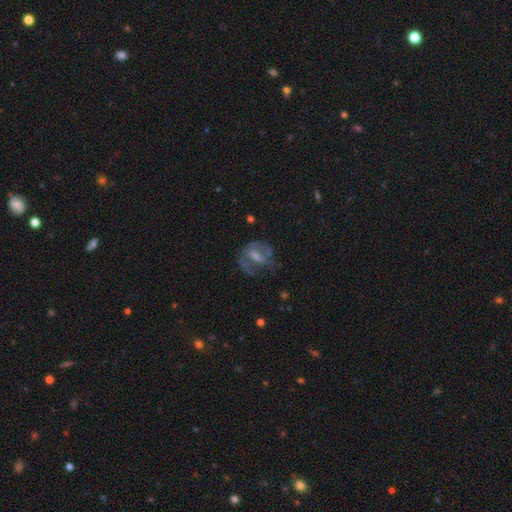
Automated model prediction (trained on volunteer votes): Overall: featured or disk (69%). Edge-on disk: no (96%). Bar: weak (47%; no 27%). Spiral arms: yes (80%). Spiral arm count: 2 (57%; can't tell 22%). Spiral winding: medium (48%; tight 29%). Bulge size: small (38%, tied with moderate). Merging: none (59%; major disturbance 20%).